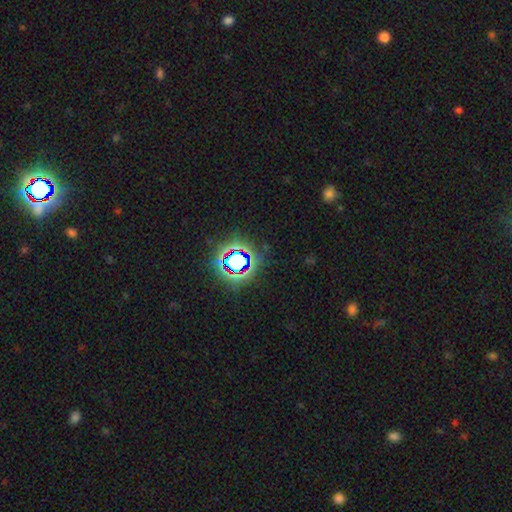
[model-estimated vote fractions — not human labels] Smooth or featured? star or artifact (79%)